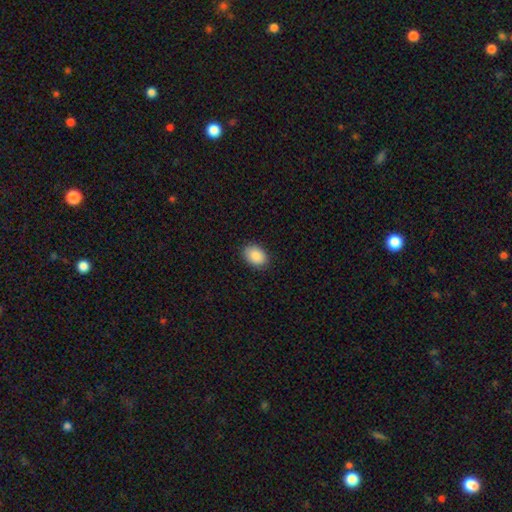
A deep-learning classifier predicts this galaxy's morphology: Smooth or featured? Predicted: smooth (p=0.89). How rounded? Predicted: in between (p=0.78). Merging? Predicted: none (p=0.89).